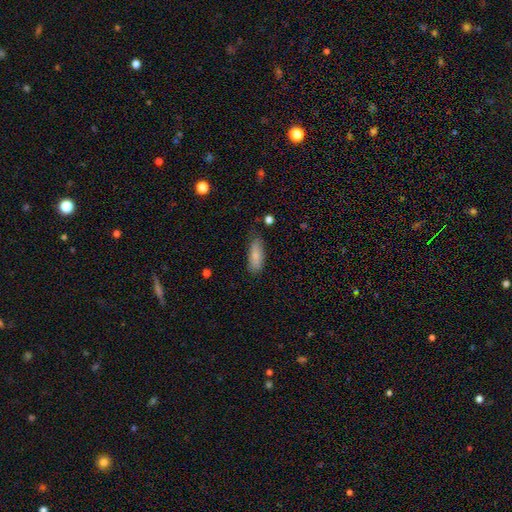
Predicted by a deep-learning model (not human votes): smooth 82%, featured or disk 11%, star or artifact 6%. Down the decision tree: how rounded — in between (62%); merging — none (71%).